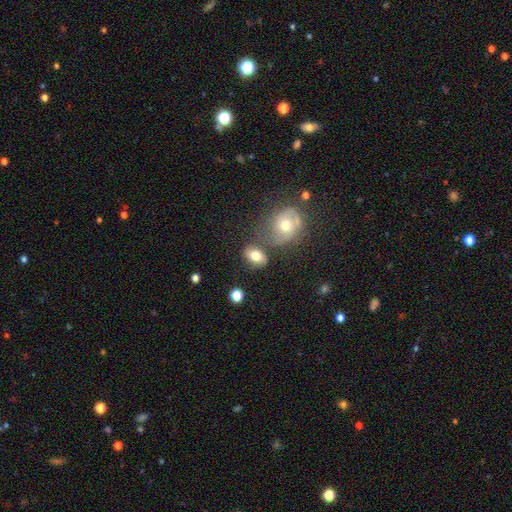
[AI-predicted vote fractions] smooth-or-featured: smooth: 72% | featured or disk: 18% | star or artifact: 10%
  how-rounded: in between: 77% | round: 21% | cigar-shaped: 2%
  merging: none: 57% | merger: 21% | minor disturbance: 16% | major disturbance: 7%